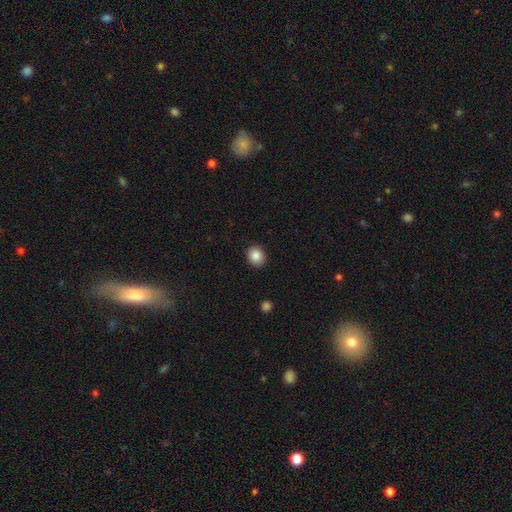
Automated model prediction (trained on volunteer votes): This appears to be a smooth galaxy with no disk features (87%) that is round (70%). Merging: none (91%).